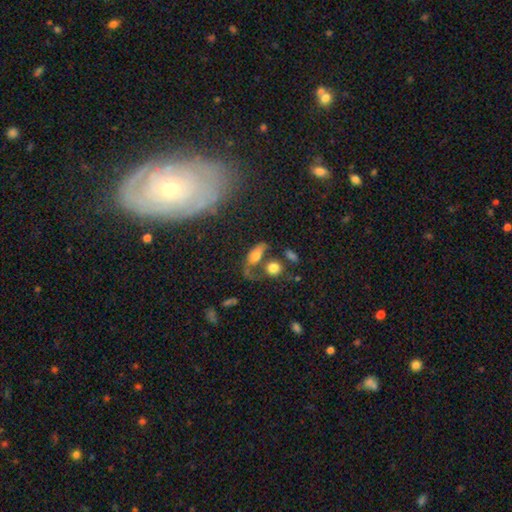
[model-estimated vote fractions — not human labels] A smooth galaxy with no disk features (63%) that is in between round and cigar-shaped (72%). Merging: none (32%).